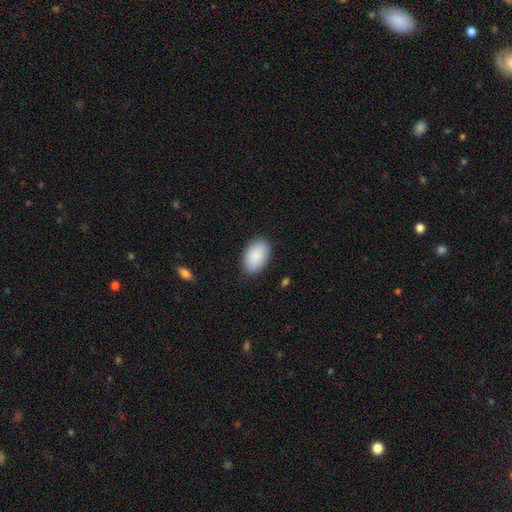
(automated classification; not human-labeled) Smooth or featured? Predicted: smooth (p=0.89). How rounded? Predicted: in between (p=0.92). Merging? Predicted: none (p=0.85).